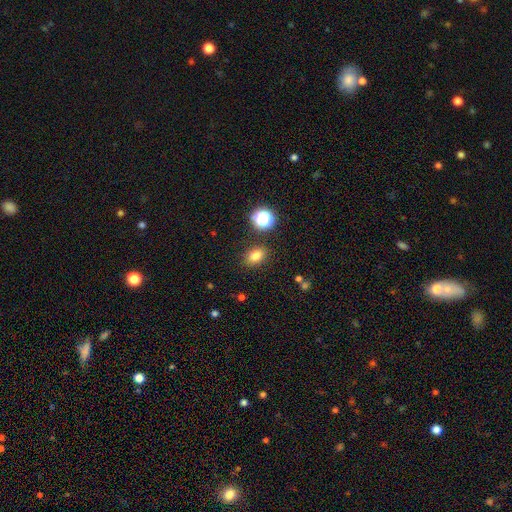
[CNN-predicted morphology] Overall: smooth (79%). How rounded: in between (72%). Merging: none (85%).